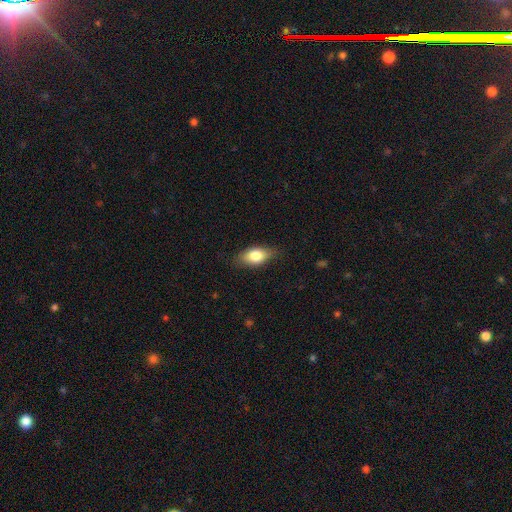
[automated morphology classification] The model was most divided on "smooth or featured": smooth: 76%, featured or disk: 16%, star or artifact: 7%. More confident: how rounded — in between (86%); merging — none (79%).